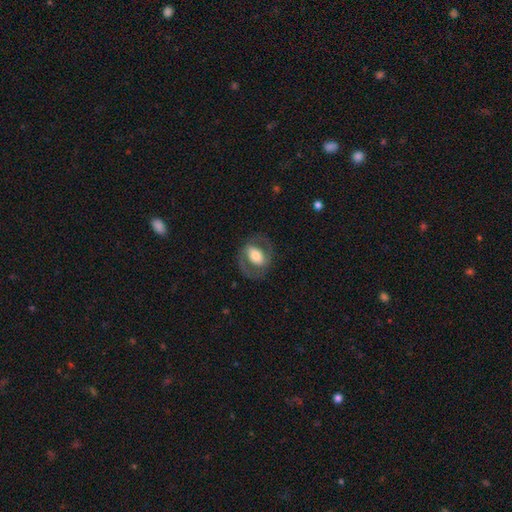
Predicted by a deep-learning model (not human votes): A featured or disk galaxy (55%) with no bar (43%), spiral arms (53%) and a moderate central bulge (55%). Merging: none (75%).